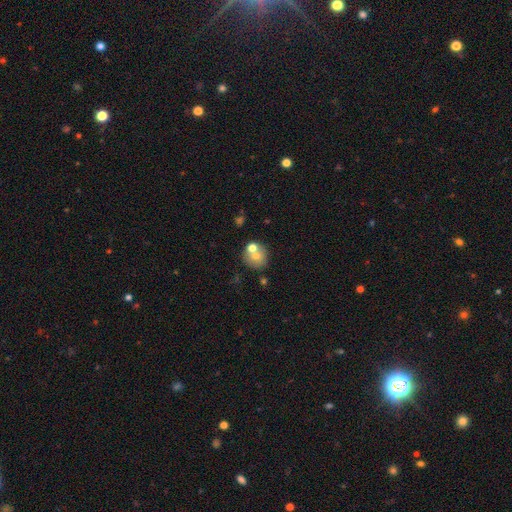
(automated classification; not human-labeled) This is likely a smooth galaxy (67%). How rounded: clearly round (82%). Merging: possibly none (56%).